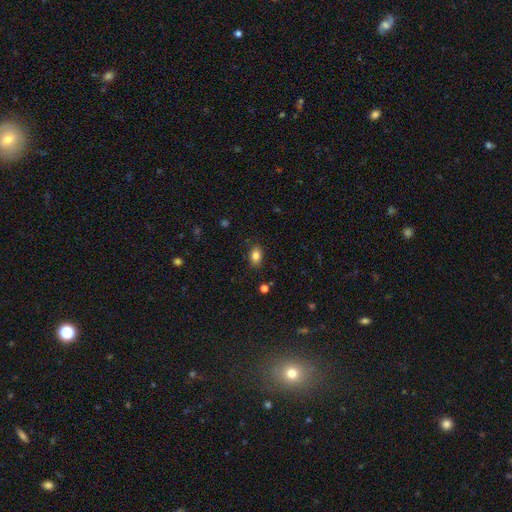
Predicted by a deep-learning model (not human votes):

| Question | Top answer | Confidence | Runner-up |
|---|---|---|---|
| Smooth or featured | smooth | 84% | star or artifact (9%) |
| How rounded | in between | 85% | round (14%) |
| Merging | none | 86% | minor disturbance (10%) |